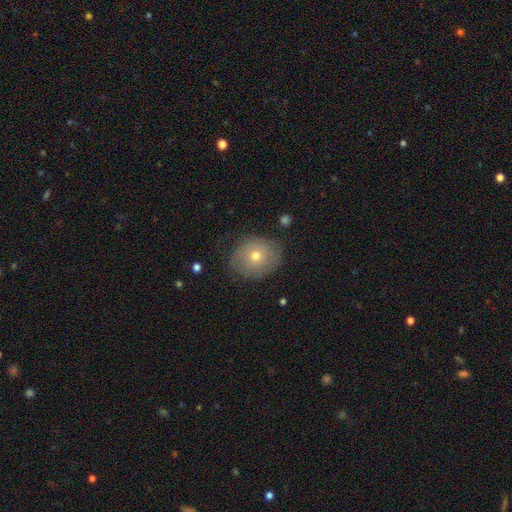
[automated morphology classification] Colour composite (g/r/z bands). It shows a smooth galaxy with no disk features (64%) that is round (65%). Merging: none (75%).